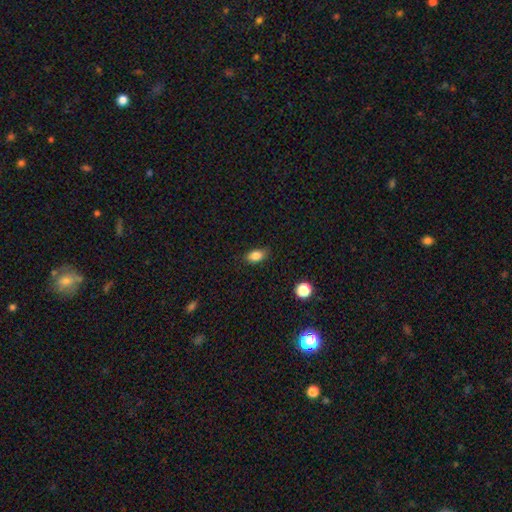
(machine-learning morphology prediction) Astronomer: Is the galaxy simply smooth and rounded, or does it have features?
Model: smooth — 84%.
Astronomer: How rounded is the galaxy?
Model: in between — 84%.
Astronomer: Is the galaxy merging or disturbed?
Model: none — 78%.